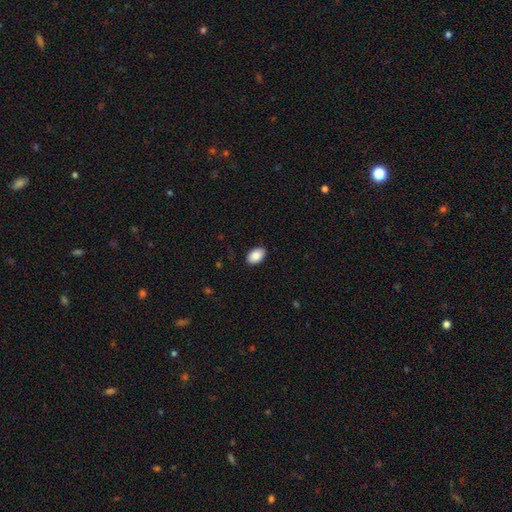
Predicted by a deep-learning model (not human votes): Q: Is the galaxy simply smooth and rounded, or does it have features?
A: smooth — 88%.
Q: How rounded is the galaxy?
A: in between — 91%.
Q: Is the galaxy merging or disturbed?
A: none — 88%.